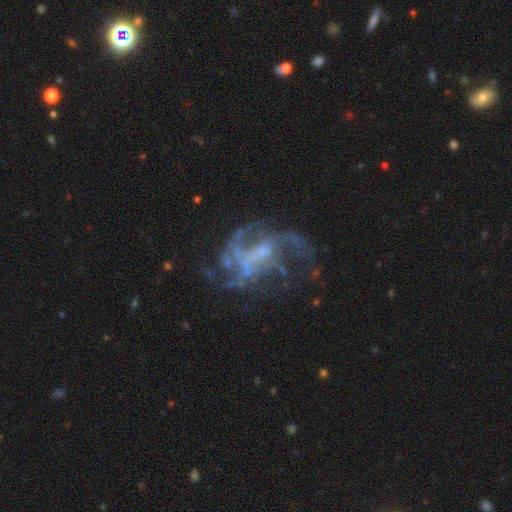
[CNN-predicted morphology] smooth_or_featured: featured or disk (p=0.79) [alt: star or artifact p=0.13]
disk_edge_on: no (p=0.97) [alt: yes p=0.03]
bar: no (p=0.49) [alt: weak p=0.39]
has_spiral_arms: yes (p=0.79) [alt: no p=0.21]
spiral_winding: loose (p=0.49) [alt: medium p=0.36]
spiral_arm_count: can't tell (p=0.33) [alt: 3 p=0.21]
bulge_size: small (p=0.39) [alt: none p=0.38]
merging: none (p=0.43) [alt: major disturbance p=0.38]